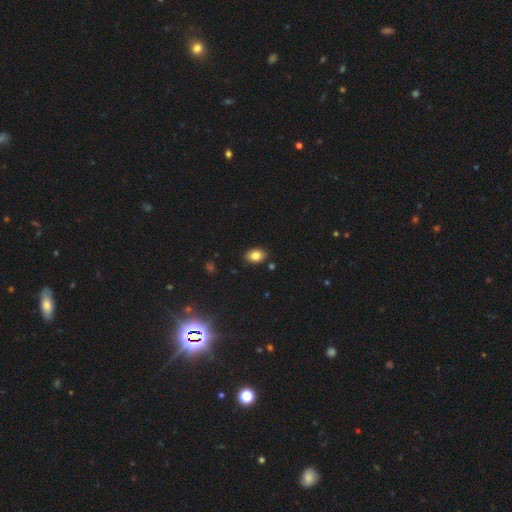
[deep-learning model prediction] Q: Smooth or featured?
A: smooth (83%); runner-up: star or artifact (10%)
Q: How rounded?
A: in between (78%); runner-up: round (21%)
Q: Merging?
A: none (88%); runner-up: minor disturbance (8%)